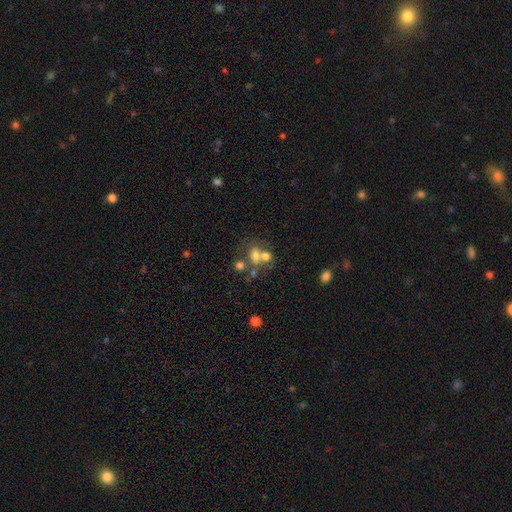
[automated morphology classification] smooth-or-featured: smooth: 63% | featured or disk: 21% | star or artifact: 16%
  how-rounded: in between: 53% | round: 46% | cigar-shaped: 1%
  merging: merger: 50% | none: 33% | minor disturbance: 9% | major disturbance: 8%